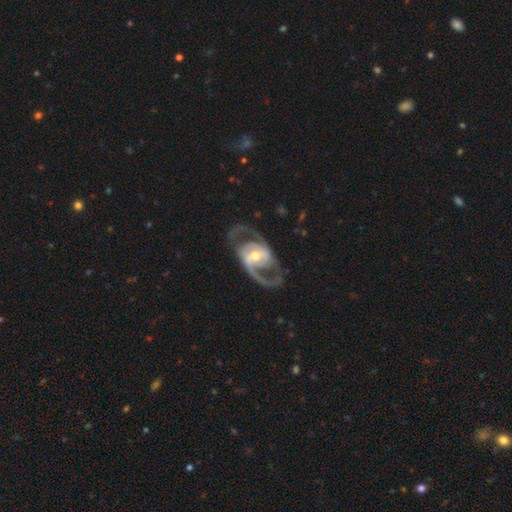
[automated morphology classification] This is clearly a featured or disk galaxy (89%). It is clearly not viewed edge-on (96%). Bar: marginally weak (38%). Spiral arm pattern: clearly yes (92%). Spiral arm count: clearly 2 (90%). Spiral winding: possibly medium (55%). Central bulge: likely moderate (68%). Merging: likely none (72%).